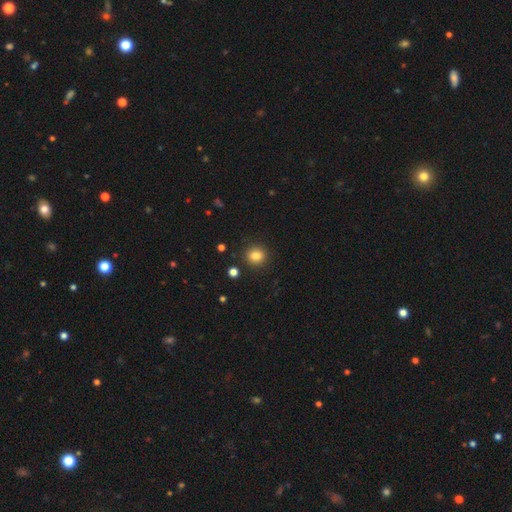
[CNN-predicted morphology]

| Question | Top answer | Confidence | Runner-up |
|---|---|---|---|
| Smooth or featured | smooth | 83% | star or artifact (12%) |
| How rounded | round | 88% | in between (11%) |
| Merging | none | 89% | minor disturbance (6%) |